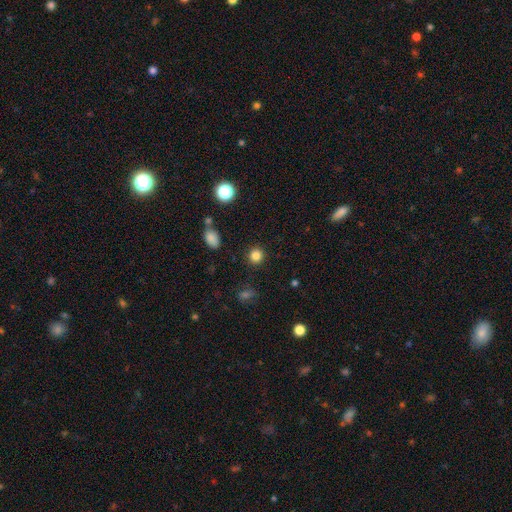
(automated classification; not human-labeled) The model was most divided on "smooth or featured": smooth: 84%, star or artifact: 12%, featured or disk: 4%. More confident: merging — none (90%); how rounded — round (90%).